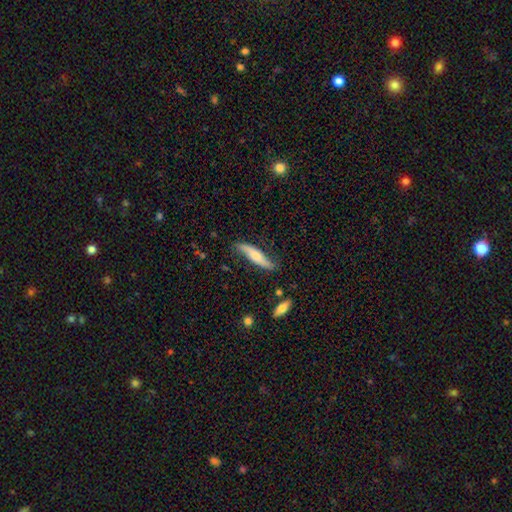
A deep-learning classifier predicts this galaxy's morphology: A featured or disk galaxy (48%). Merging: none (73%).